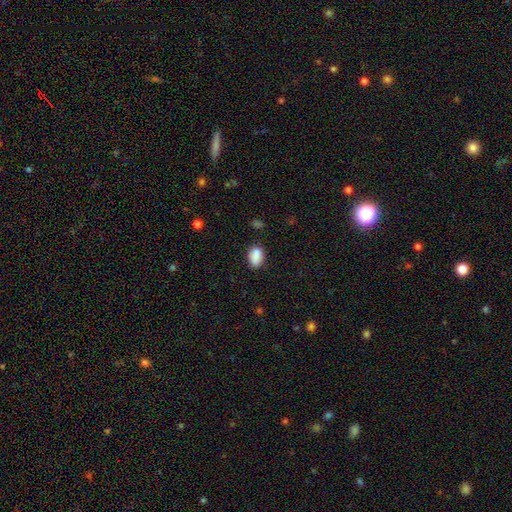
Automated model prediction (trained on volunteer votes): Smooth or featured?
  - smooth: 88% *
  - star or artifact: 8%
  - featured or disk: 4%
How rounded?
  - in between: 87% *
  - round: 11%
  - cigar-shaped: 2%
Merging?
  - none: 80% *
  - minor disturbance: 15%
  - major disturbance: 3%
  - merger: 2%